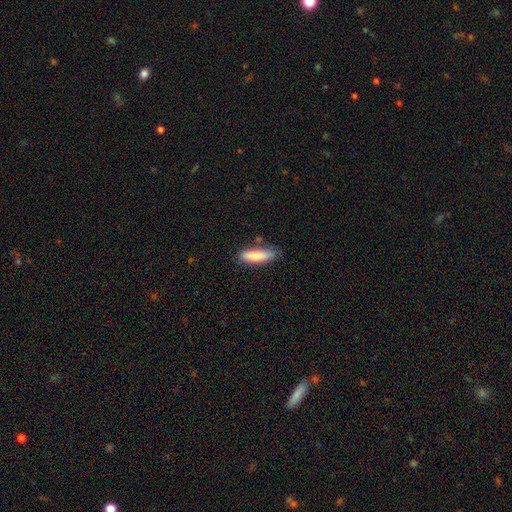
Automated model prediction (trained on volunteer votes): Smooth or featured?
  - smooth: 80% *
  - featured or disk: 14%
  - star or artifact: 6%
How rounded?
  - cigar-shaped: 59% *
  - in between: 39%
  - round: 2%
Merging?
  - none: 74% *
  - minor disturbance: 18%
  - merger: 4%
  - major disturbance: 4%